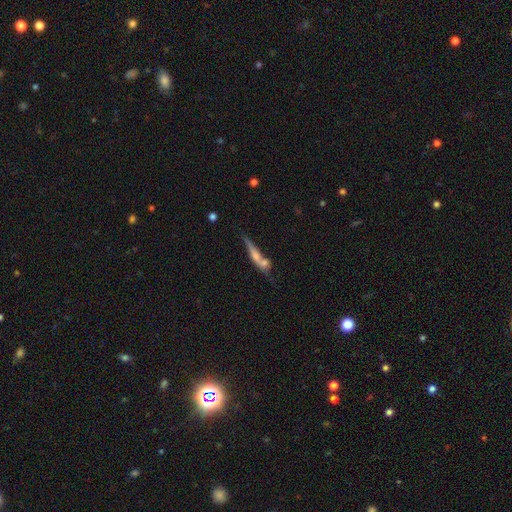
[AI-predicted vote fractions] Smooth or featured? featured or disk (52%)
Edge-on disk? yes (81%)
Merging? none (45%)